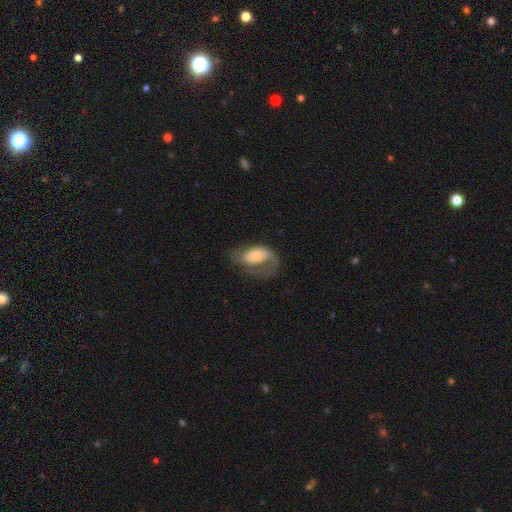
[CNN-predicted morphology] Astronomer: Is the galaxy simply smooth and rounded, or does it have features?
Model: featured or disk — 55% (runner-up: smooth, 38%).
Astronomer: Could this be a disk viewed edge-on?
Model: no — 95%.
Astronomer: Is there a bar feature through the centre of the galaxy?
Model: no — 63%.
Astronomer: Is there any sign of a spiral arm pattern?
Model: yes — 72%.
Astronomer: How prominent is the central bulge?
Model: moderate — 43% (runner-up: small, 33%).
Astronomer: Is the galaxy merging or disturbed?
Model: major disturbance — 43% (runner-up: none, 34%).